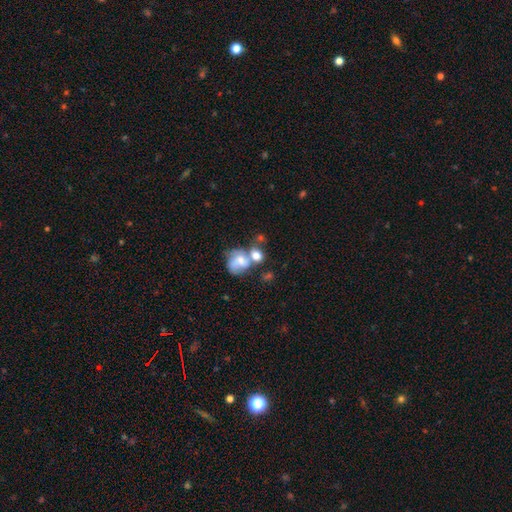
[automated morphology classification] smooth-or-featured: smooth: 67% | featured or disk: 23% | star or artifact: 10%
  how-rounded: round: 57% | in between: 42% | cigar-shaped: 1%
  merging: merger: 53% | none: 25% | minor disturbance: 12% | major disturbance: 10%